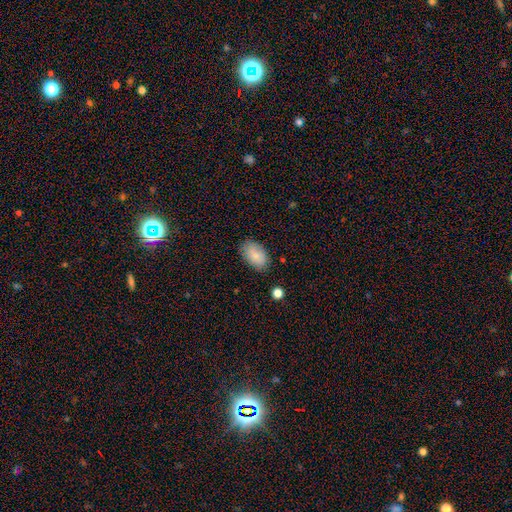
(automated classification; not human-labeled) smooth 81%, featured or disk 12%, star or artifact 7%. Down the decision tree: how rounded — in between (92%); merging — none (82%).